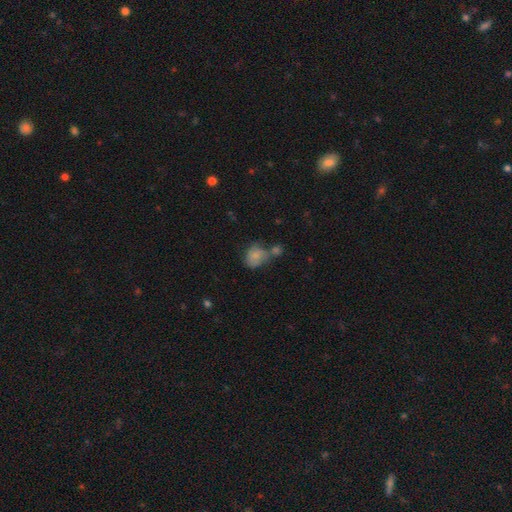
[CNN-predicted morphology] This appears to be a smooth galaxy with no disk features (75%) that is in between round and cigar-shaped (60%). Merging: merger (35%).